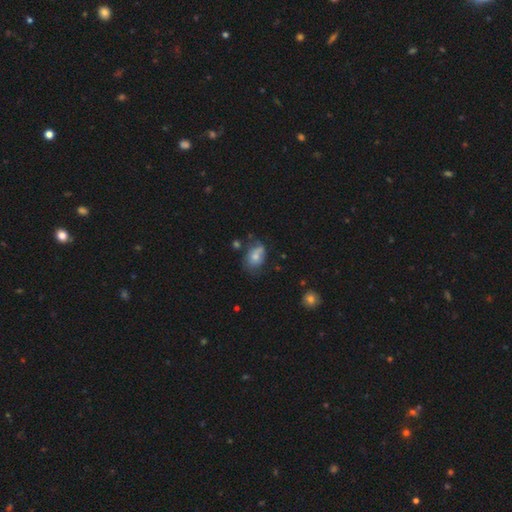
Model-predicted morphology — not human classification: This appears to be a smooth galaxy with no disk features (66%) that is in between round and cigar-shaped (75%). Merging: none (45%).